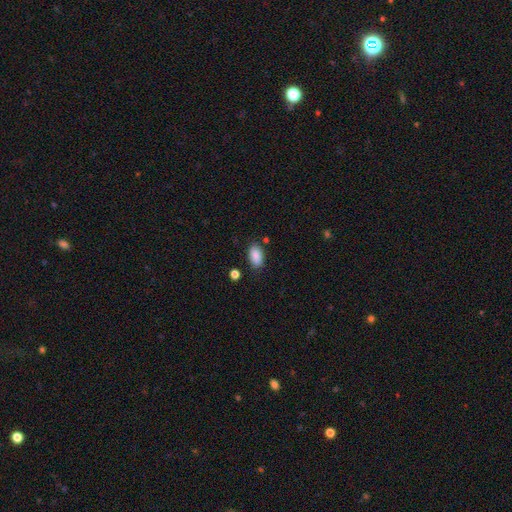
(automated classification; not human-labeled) Smooth or featured?
  - smooth: 88% *
  - star or artifact: 7%
  - featured or disk: 5%
How rounded?
  - in between: 92% *
  - round: 5%
  - cigar-shaped: 3%
Merging?
  - none: 81% *
  - minor disturbance: 13%
  - merger: 3%
  - major disturbance: 3%